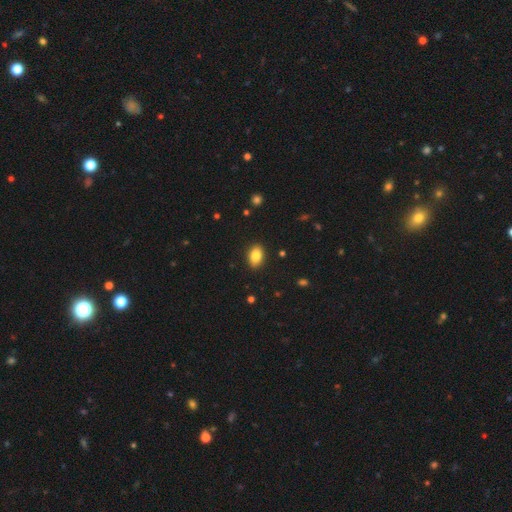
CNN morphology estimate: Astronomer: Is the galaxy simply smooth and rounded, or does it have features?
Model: smooth — 84%.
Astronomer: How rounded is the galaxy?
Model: in between — 85%.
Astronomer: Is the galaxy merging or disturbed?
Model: none — 89%.